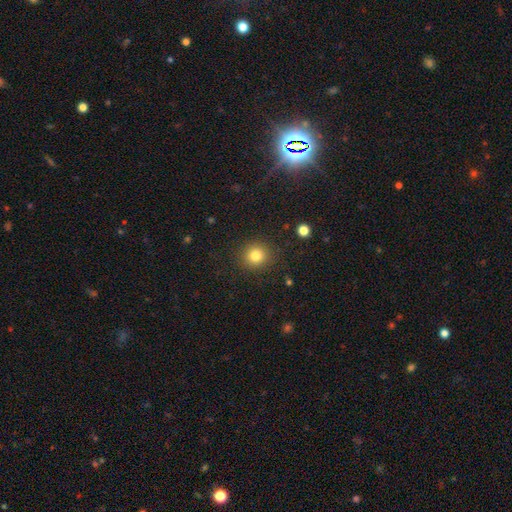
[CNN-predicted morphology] This is clearly a smooth galaxy (82%). How rounded: clearly round (90%). Merging: clearly none (89%).